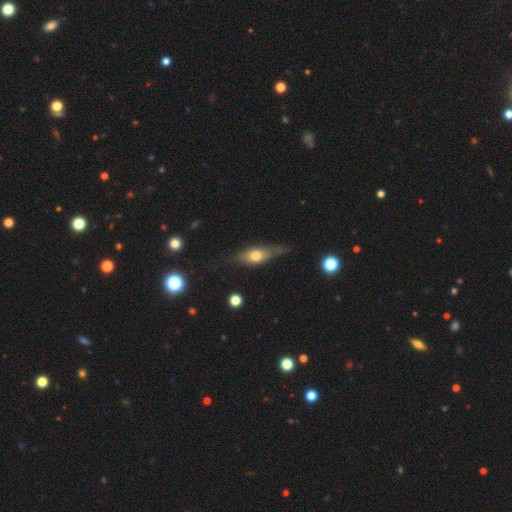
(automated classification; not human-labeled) Smooth or featured? Predicted: smooth (p=0.55). How rounded? Predicted: in between (p=0.63). Merging? Predicted: none (p=0.58).